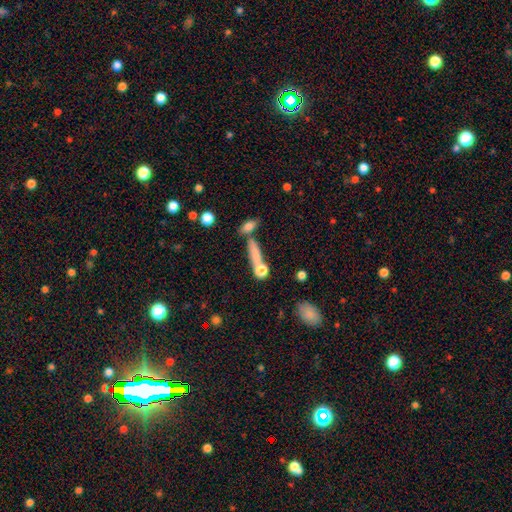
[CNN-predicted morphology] Smooth or featured? smooth (71%)
How rounded? cigar-shaped (66%)
Merging? none (54%)